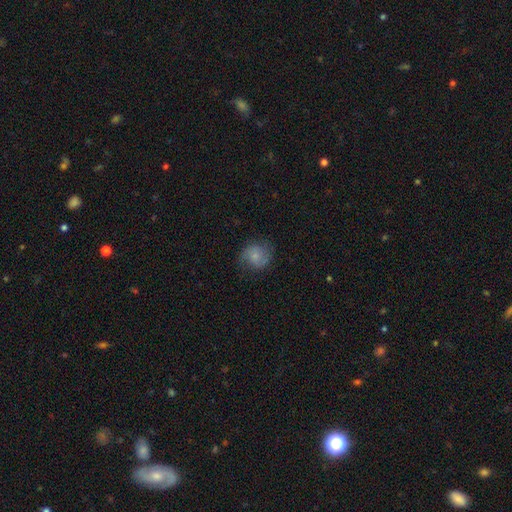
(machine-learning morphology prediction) Smooth or featured? smooth (60%)
How rounded? round (76%)
Merging? none (69%)